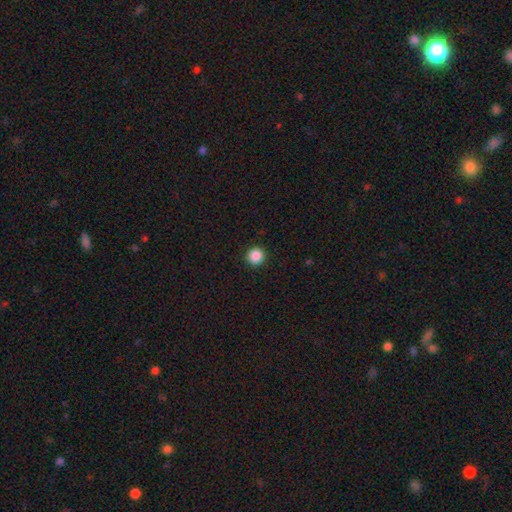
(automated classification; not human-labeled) Q: Smooth or featured?
A: smooth (87%); runner-up: star or artifact (10%)
Q: How rounded?
A: round (96%); runner-up: in between (4%)
Q: Merging?
A: none (93%); runner-up: minor disturbance (4%)